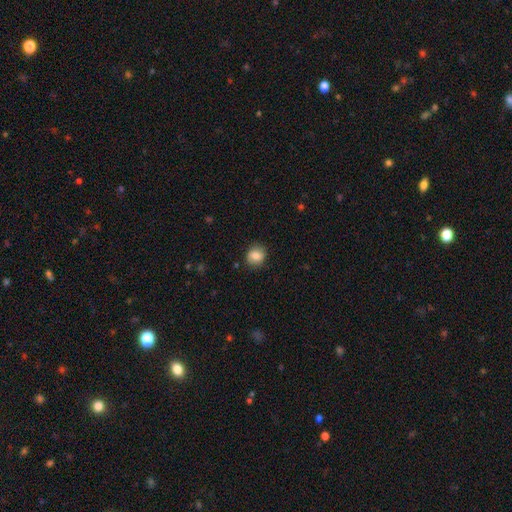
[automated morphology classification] This appears to be a smooth galaxy with no disk features (80%) that is round (71%). Merging: none (84%).